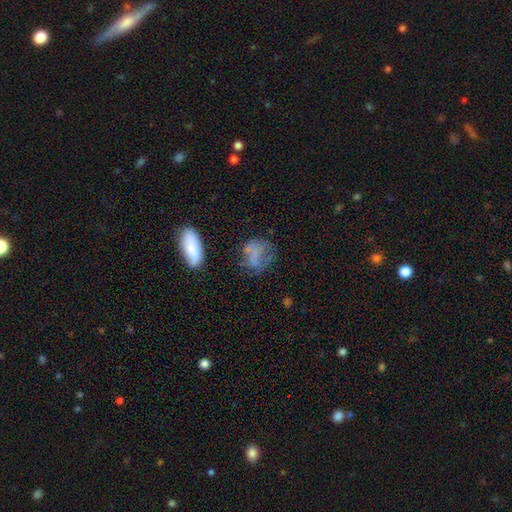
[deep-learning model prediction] A smooth galaxy with no disk features (62%) that is in between round and cigar-shaped (55%). Merging: none (43%).